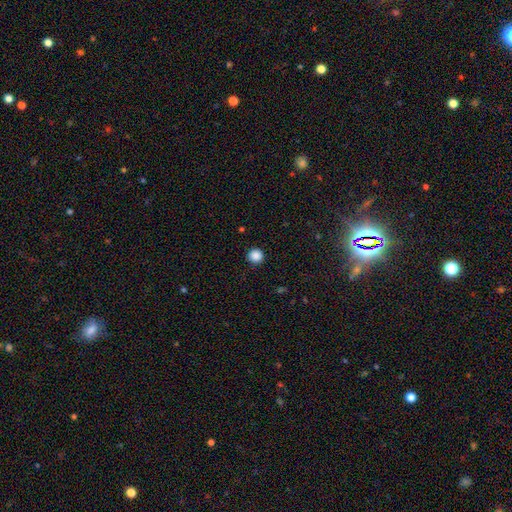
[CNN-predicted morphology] This appears to be a smooth galaxy with no disk features (88%) that is round (95%). Merging: none (93%).